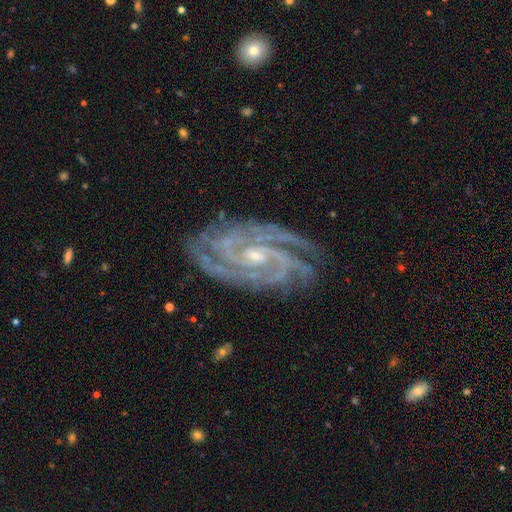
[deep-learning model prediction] Q: Smooth or featured?
A: featured or disk (92%); runner-up: star or artifact (5%)
Q: Edge-on disk?
A: no (97%); runner-up: yes (3%)
Q: Bar?
A: no (53%); runner-up: weak (33%)
Q: Spiral arms?
A: yes (99%); runner-up: no (1%)
Q: Spiral winding?
A: tight (72%); runner-up: medium (25%)
Q: Spiral arm count?
A: 3 (29%); runner-up: 4 (21%)
Q: Bulge size?
A: small (64%); runner-up: moderate (32%)
Q: Merging?
A: none (79%); runner-up: minor disturbance (16%)